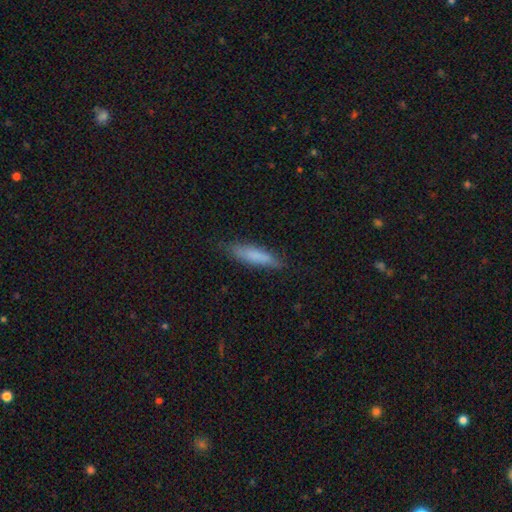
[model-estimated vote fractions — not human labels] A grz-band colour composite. It shows a smooth galaxy with no disk features (78%) that is cigar-shaped (75%). Merging: none (80%).